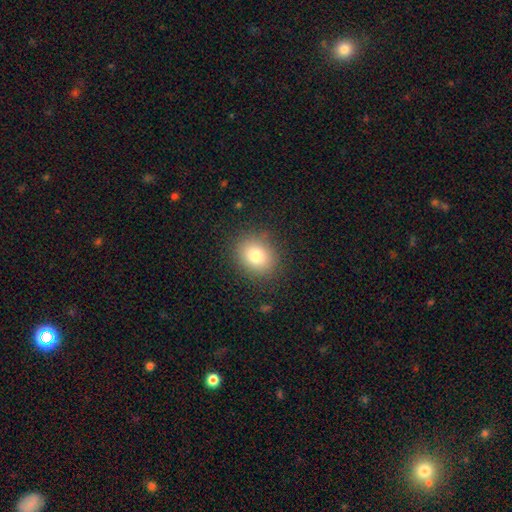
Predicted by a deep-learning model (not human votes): smooth-or-featured: smooth: 81% | star or artifact: 11% | featured or disk: 9%
  how-rounded: round: 66% | in between: 33% | cigar-shaped: 1%
  merging: none: 86% | minor disturbance: 10% | major disturbance: 4% | merger: 1%